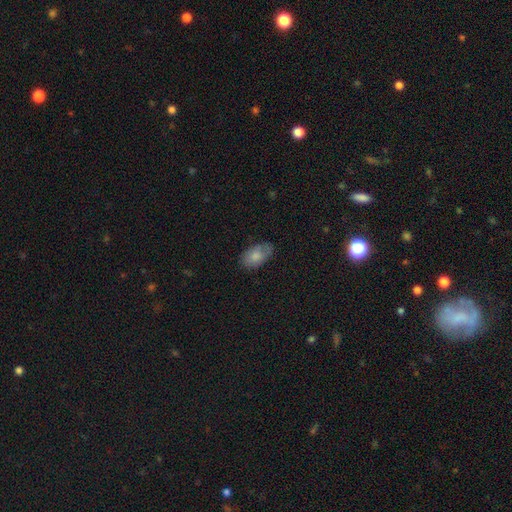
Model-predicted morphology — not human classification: Smooth or featured? Predicted: smooth (p=0.79). How rounded? Predicted: in between (p=0.93). Merging? Predicted: none (p=0.67).